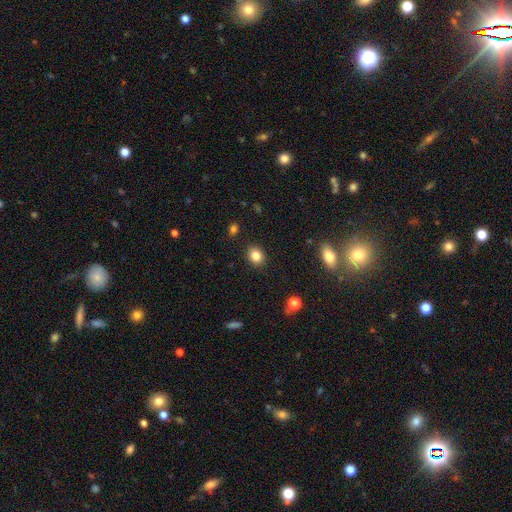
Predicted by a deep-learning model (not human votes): Morphology: type=smooth (84%); roundness=round (61%); merging=none (89%).